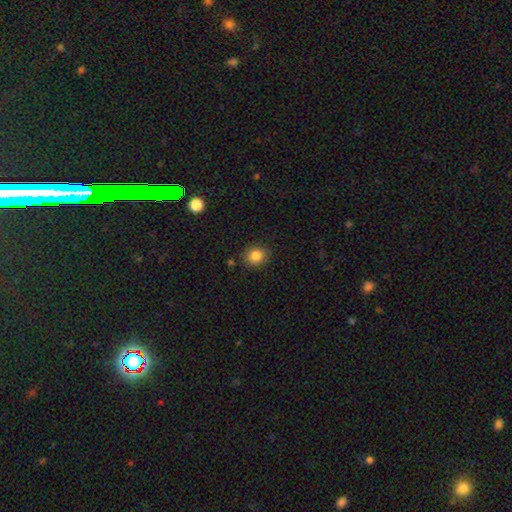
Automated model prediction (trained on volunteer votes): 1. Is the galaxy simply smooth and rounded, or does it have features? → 84% smooth, 10% star or artifact, 6% featured or disk.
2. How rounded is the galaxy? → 68% round, 31% in between, 1% cigar-shaped.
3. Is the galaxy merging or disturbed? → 87% none, 9% minor disturbance, 2% major disturbance, 2% merger.